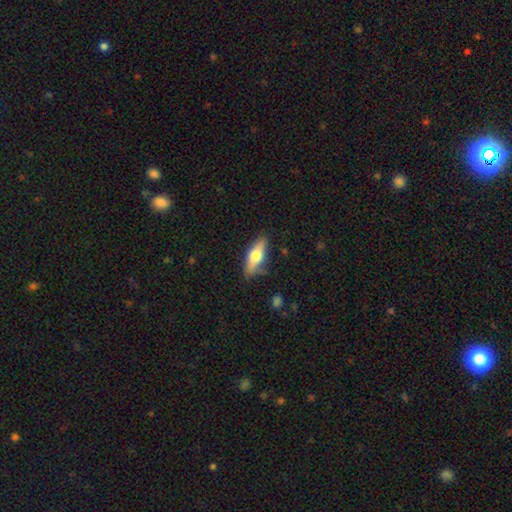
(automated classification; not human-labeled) This appears to be a smooth galaxy with no disk features (59%) that is in between round and cigar-shaped (58%). Merging: none (78%).